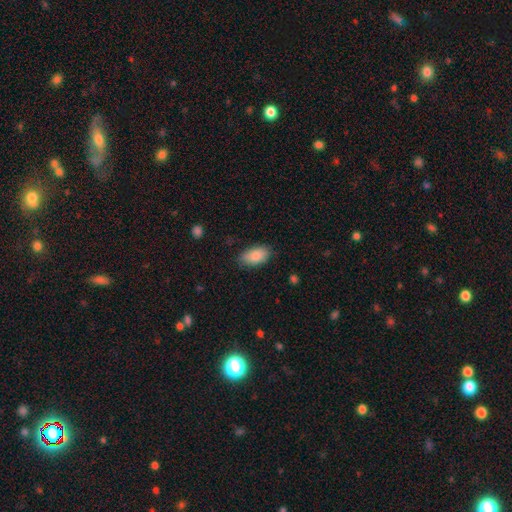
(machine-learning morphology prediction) Smooth or featured? Predicted: smooth (p=0.86). How rounded? Predicted: in between (p=0.93). Merging? Predicted: none (p=0.80).